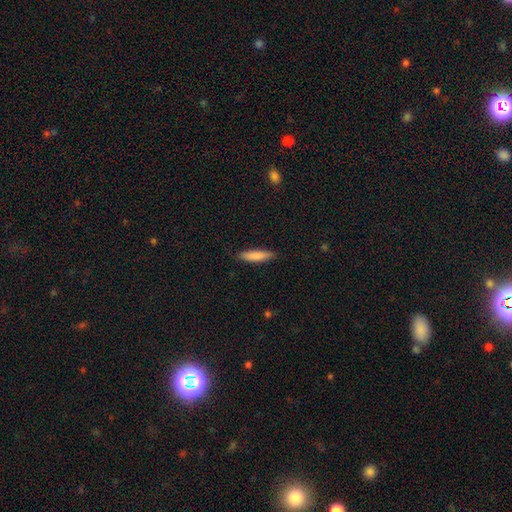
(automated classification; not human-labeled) Smooth or featured? Predicted: smooth (p=0.84). How rounded? Predicted: cigar-shaped (p=0.76). Merging? Predicted: none (p=0.85).